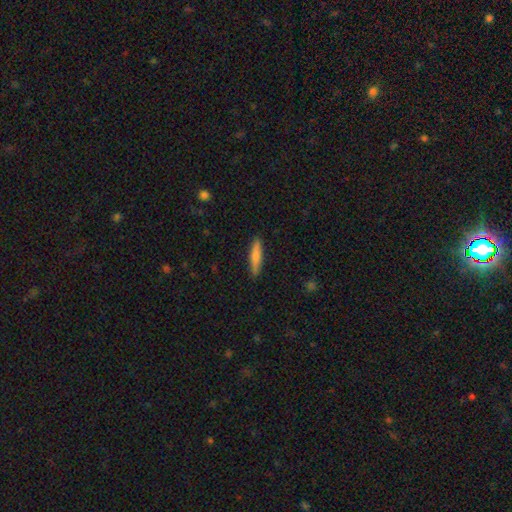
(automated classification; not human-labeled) A smooth galaxy with no disk features (74%) that is cigar-shaped (85%).

Vote fractions:
- Smooth or featured? smooth: 74% / featured or disk: 20% / star or artifact: 6%
- How rounded? cigar-shaped: 85% / in between: 13% / round: 2%
- Merging? none: 89% / minor disturbance: 8% / major disturbance: 2% / merger: 1%